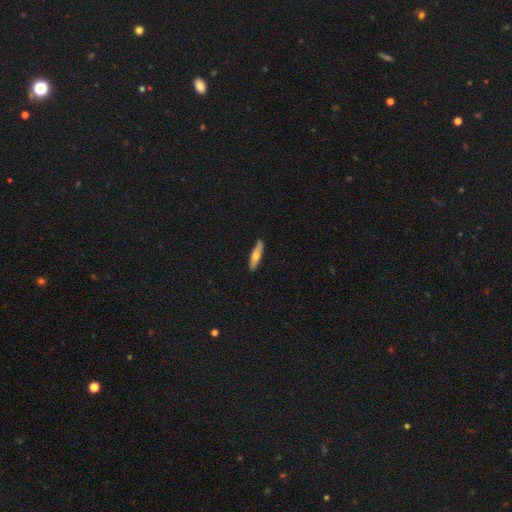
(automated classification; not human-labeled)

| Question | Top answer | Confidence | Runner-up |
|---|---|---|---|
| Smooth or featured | smooth | 58% | featured or disk (37%) |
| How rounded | cigar-shaped | 80% | in between (18%) |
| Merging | none | 88% | minor disturbance (10%) |